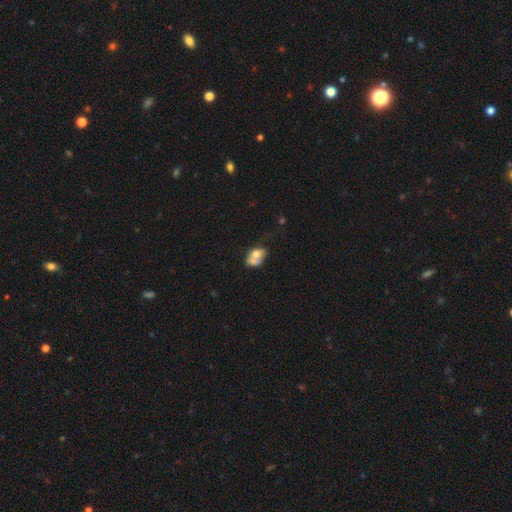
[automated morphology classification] This is likely a smooth galaxy (60%). How rounded: likely in between (71%). Merging: possibly merger (55%).